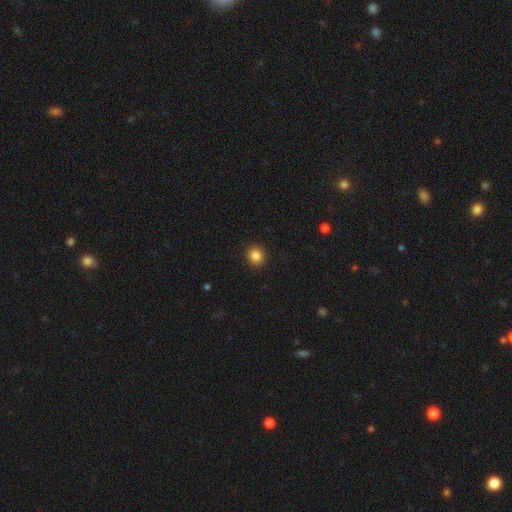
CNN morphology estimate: smooth-or-featured: smooth: 85% | star or artifact: 11% | featured or disk: 4%
  how-rounded: round: 90% | in between: 9% | cigar-shaped: 1%
  merging: none: 92% | minor disturbance: 5% | major disturbance: 2% | merger: 1%